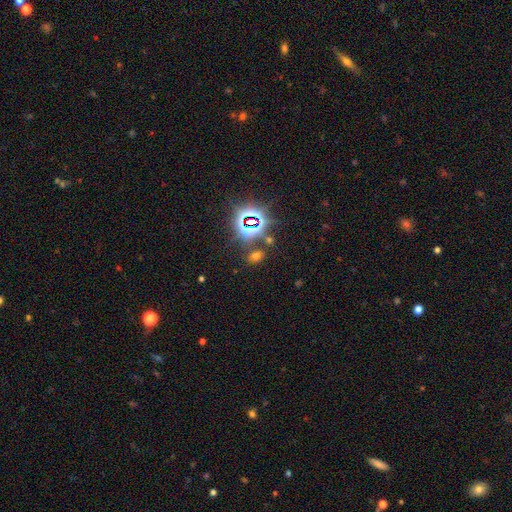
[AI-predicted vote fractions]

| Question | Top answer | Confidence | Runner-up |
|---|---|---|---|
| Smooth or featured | smooth | 47% | star or artifact (46%) |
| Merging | none | 77% | minor disturbance (10%) |